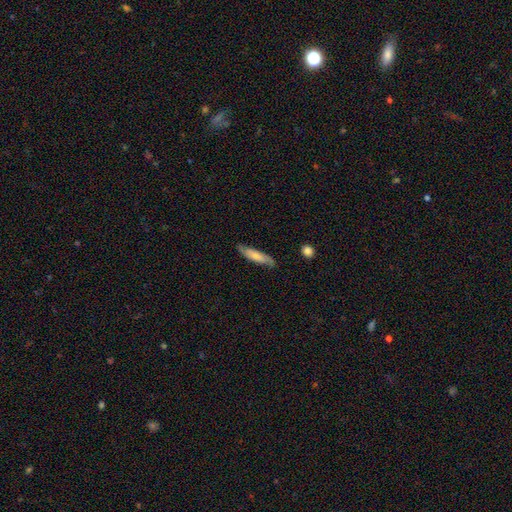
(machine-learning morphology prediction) type=smooth (55%); roundness=cigar-shaped (72%); merging=none (79%).